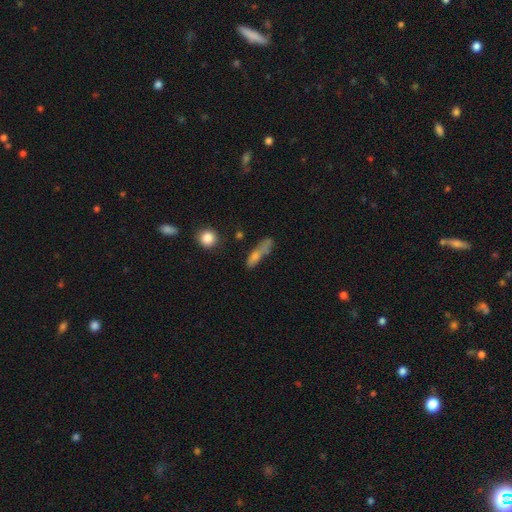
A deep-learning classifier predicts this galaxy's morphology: Smooth or featured? smooth (56%)
How rounded? cigar-shaped (67%)
Merging? none (46%)